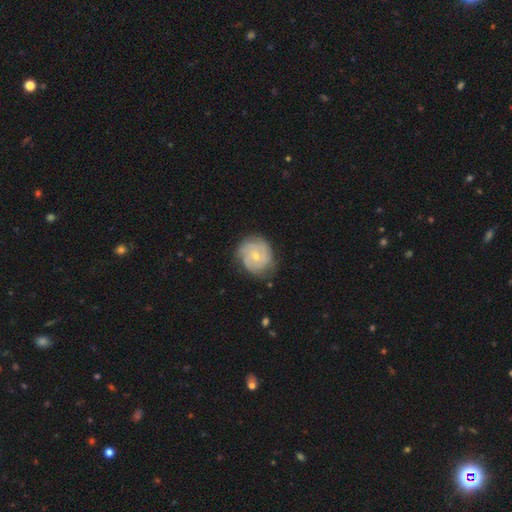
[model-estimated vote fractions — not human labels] smooth-or-featured: featured or disk: 74% | smooth: 20% | star or artifact: 6%
  disk-edge-on: no: 98% | yes: 2%
    bar: no: 73% | weak: 23% | strong: 4%
    has-spiral-arms: yes: 91% | no: 9%
      spiral-winding: tight: 66% | medium: 27% | loose: 7%
      spiral-arm-count: can't tell: 30% | 3: 28% | 2: 23% | 4: 8% | 1: 5% | more than 4: 5%
    bulge-size: small: 55% | moderate: 42% | large: 1% | none: 1% | dominant: 1%
  merging: none: 72% | minor disturbance: 21% | major disturbance: 6% | merger: 1%